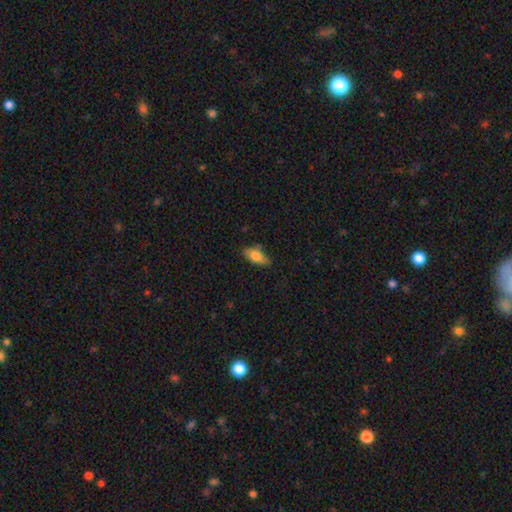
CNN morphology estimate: This appears to be a smooth galaxy with no disk features (79%) that is in between round and cigar-shaped (83%). Merging: none (76%).